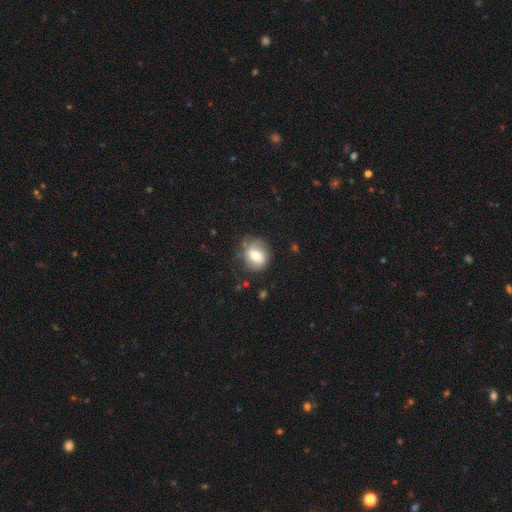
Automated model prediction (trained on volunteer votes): smooth-or-featured: smooth: 57% | featured or disk: 34% | star or artifact: 9%
  how-rounded: round: 70% | in between: 29% | cigar-shaped: 1%
  merging: none: 64% | minor disturbance: 24% | major disturbance: 10% | merger: 2%